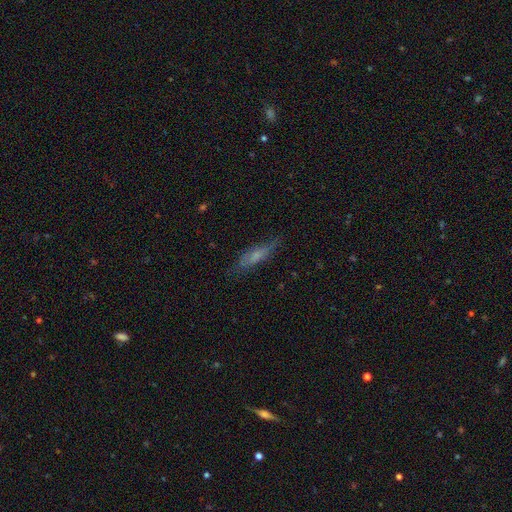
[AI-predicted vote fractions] A smooth galaxy with no disk features (53%) that is cigar-shaped (67%). Merging: none (71%).